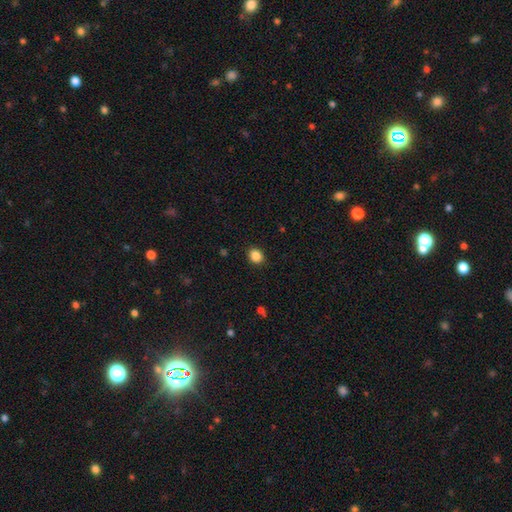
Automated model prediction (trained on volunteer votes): smooth_or_featured: smooth (p=0.87) [alt: star or artifact p=0.10]
how_rounded: round (p=0.66) [alt: in between p=0.33]
merging: none (p=0.90) [alt: minor disturbance p=0.07]